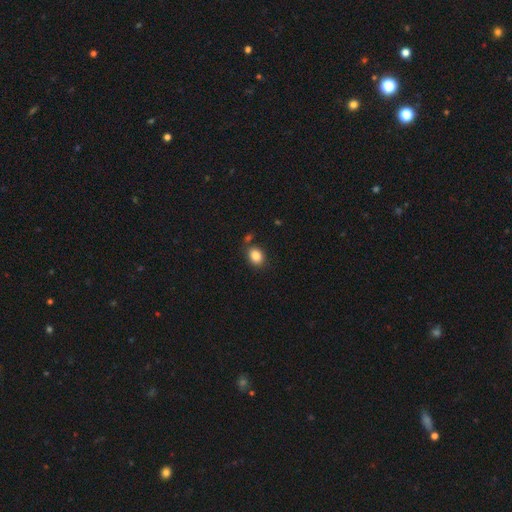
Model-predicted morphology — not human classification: A smooth galaxy with no disk features (86%) that is in between round and cigar-shaped (60%).

Vote fractions:
- Smooth or featured? smooth: 86% / star or artifact: 9% / featured or disk: 5%
- How rounded? in between: 60% / round: 39% / cigar-shaped: 1%
- Merging? none: 77% / minor disturbance: 12% / merger: 7% / major disturbance: 4%